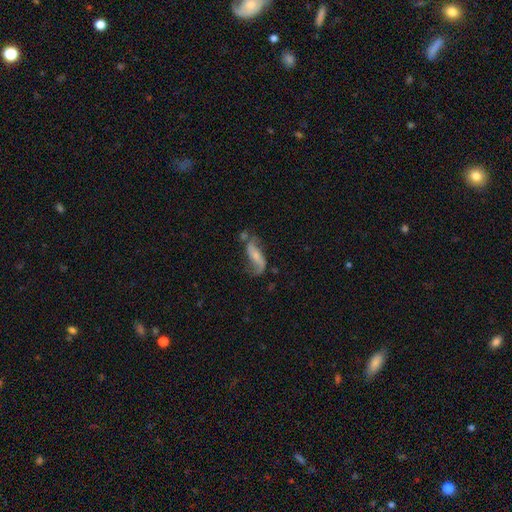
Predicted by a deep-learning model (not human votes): This appears to be a featured or disk galaxy (62%) with no bar (46%), spiral arms (84%) and a small central bulge (54%). Merging: none (44%).